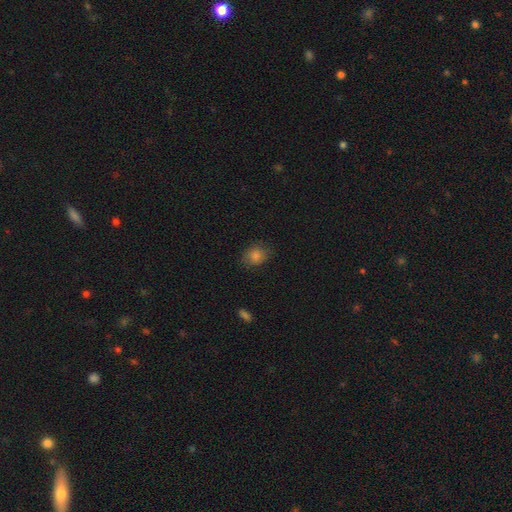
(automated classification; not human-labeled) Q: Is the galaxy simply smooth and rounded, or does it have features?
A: smooth — 82%.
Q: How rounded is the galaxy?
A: round — 50%.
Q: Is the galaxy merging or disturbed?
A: none — 79%.